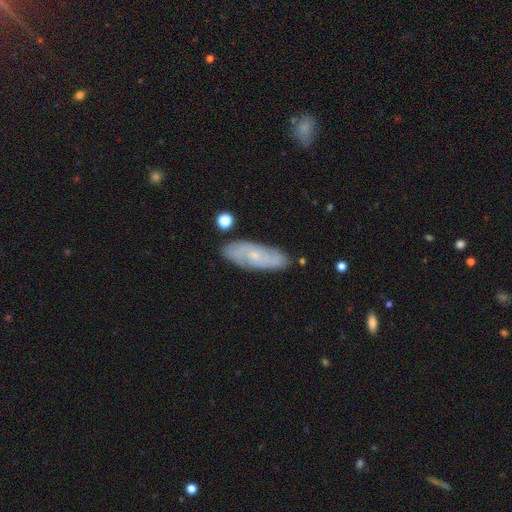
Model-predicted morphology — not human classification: This is likely a featured or disk galaxy (64%). It is clearly not viewed edge-on (86%). Bar: likely no (73%). Spiral arm pattern: clearly yes (85%). Central bulge: likely small (77%). Merging: clearly none (82%).